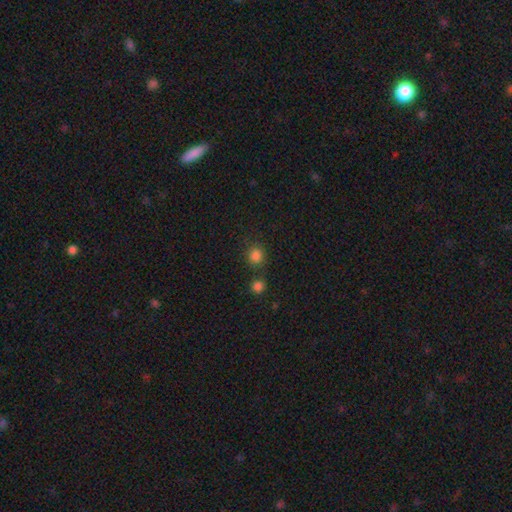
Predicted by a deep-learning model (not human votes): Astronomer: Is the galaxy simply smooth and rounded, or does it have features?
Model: smooth — 83%.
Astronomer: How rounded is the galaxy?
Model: round — 86%.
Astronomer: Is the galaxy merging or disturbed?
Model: none — 74%.